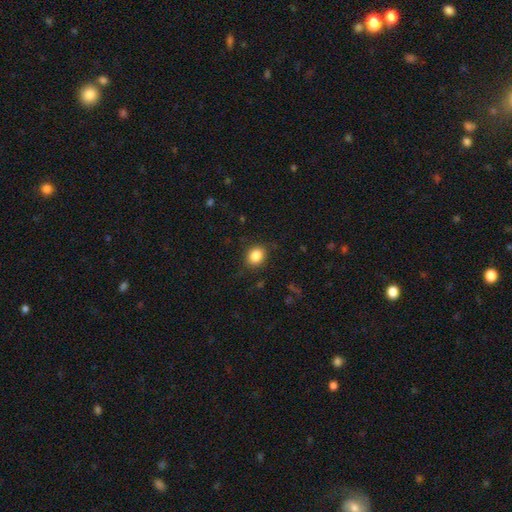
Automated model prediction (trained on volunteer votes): smooth-or-featured: smooth: 85% | star or artifact: 10% | featured or disk: 5%
  how-rounded: round: 62% | in between: 37% | cigar-shaped: 1%
  merging: none: 83% | minor disturbance: 13% | major disturbance: 3% | merger: 1%